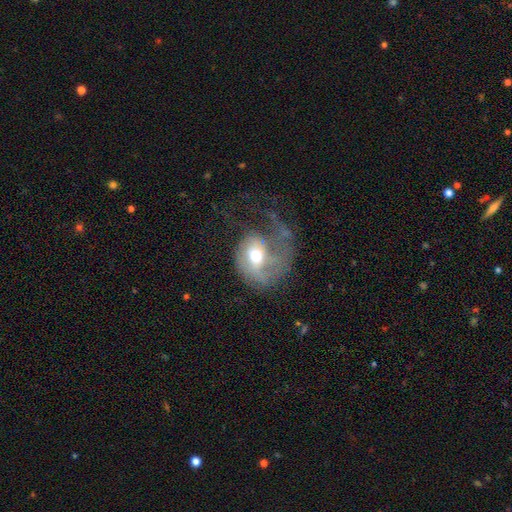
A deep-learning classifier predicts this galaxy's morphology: Smooth or featured? featured or disk (52%)
Edge-on disk? no (96%)
Merging? major disturbance (59%)